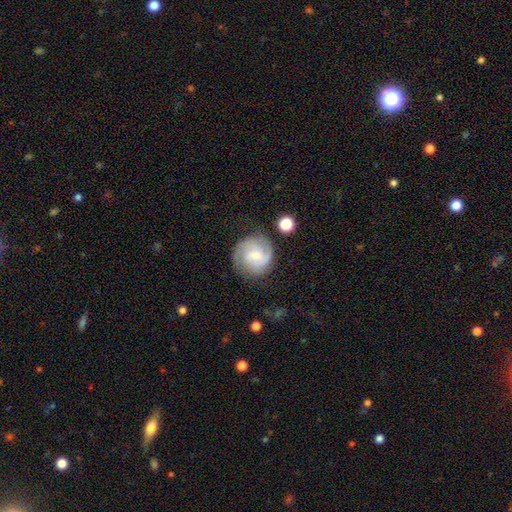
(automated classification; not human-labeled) smooth-or-featured: featured or disk: 68% | smooth: 25% | star or artifact: 7%
  disk-edge-on: no: 98% | yes: 2%
    bar: no: 50% | weak: 43% | strong: 7%
    has-spiral-arms: yes: 94% | no: 6%
      spiral-winding: tight: 47% | medium: 40% | loose: 13%
      spiral-arm-count: 2: 43% | 3: 24% | can't tell: 20% | 4: 5% | 1: 5% | more than 4: 3%
    bulge-size: small: 59% | moderate: 33% | none: 4% | large: 2% | dominant: 1%
  merging: none: 75% | minor disturbance: 16% | major disturbance: 6% | merger: 3%